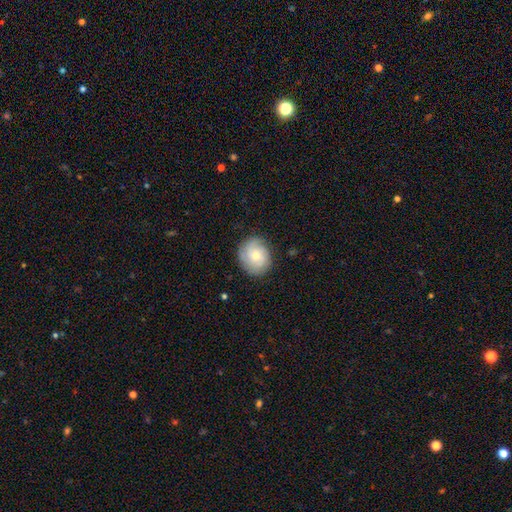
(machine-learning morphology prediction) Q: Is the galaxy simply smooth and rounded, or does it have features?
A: featured or disk — 50%.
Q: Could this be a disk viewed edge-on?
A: no — 97%.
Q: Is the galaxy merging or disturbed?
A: none — 81%.